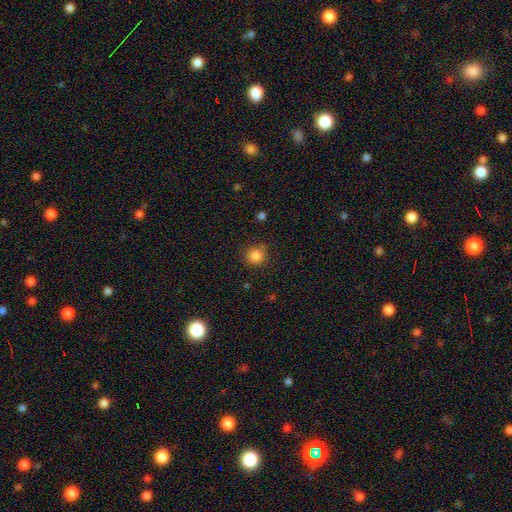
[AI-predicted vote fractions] Smooth or featured? smooth (84%)
How rounded? round (92%)
Merging? none (83%)